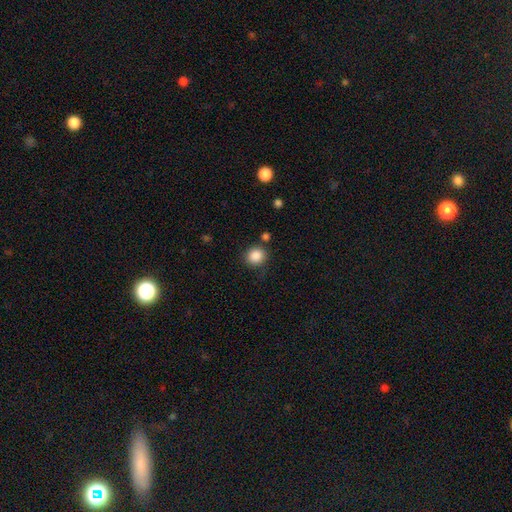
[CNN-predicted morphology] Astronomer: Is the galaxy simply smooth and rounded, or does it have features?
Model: smooth — 87%.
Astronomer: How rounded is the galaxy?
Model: round — 85%.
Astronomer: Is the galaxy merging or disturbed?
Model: none — 80%.